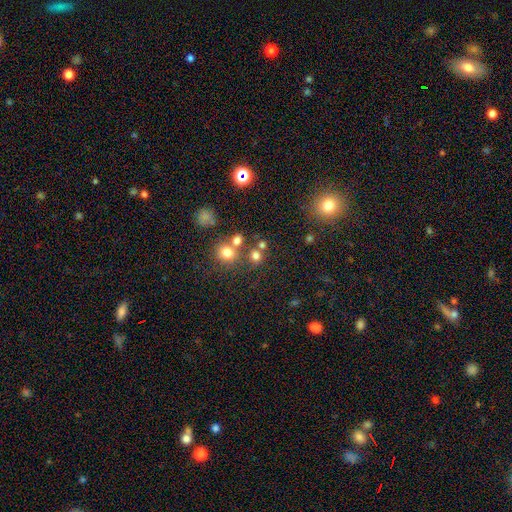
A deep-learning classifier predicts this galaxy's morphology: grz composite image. It shows a smooth galaxy with no disk features (72%) that is round (84%). Merging: none (61%).